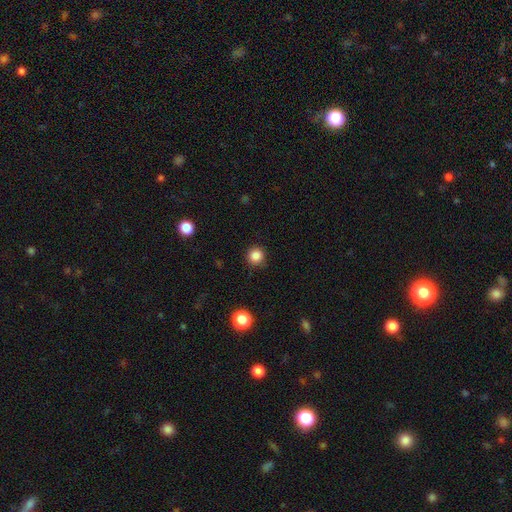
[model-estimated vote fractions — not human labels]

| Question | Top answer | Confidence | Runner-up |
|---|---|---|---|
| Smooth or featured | smooth | 85% | star or artifact (11%) |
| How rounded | round | 94% | in between (5%) |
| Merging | none | 90% | minor disturbance (7%) |